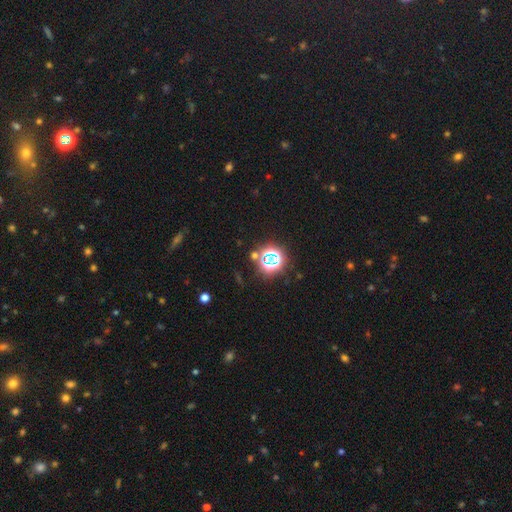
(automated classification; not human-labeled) Morphology: type=star or artifact (66%).